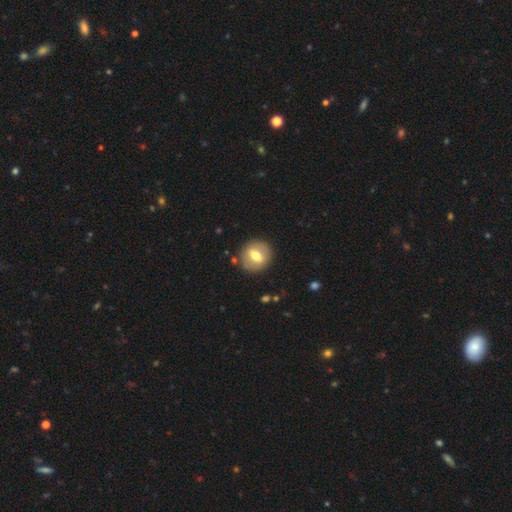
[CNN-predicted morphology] Smooth or featured? smooth (53%)
How rounded? round (79%)
Merging? none (86%)